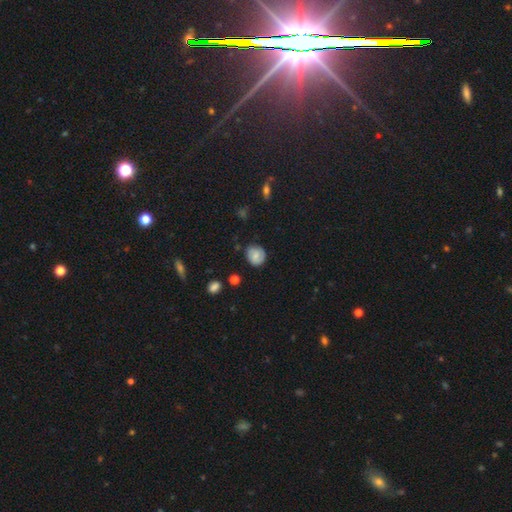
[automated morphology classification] This appears to be a smooth galaxy with no disk features (68%) that is round (79%). Merging: none (77%).